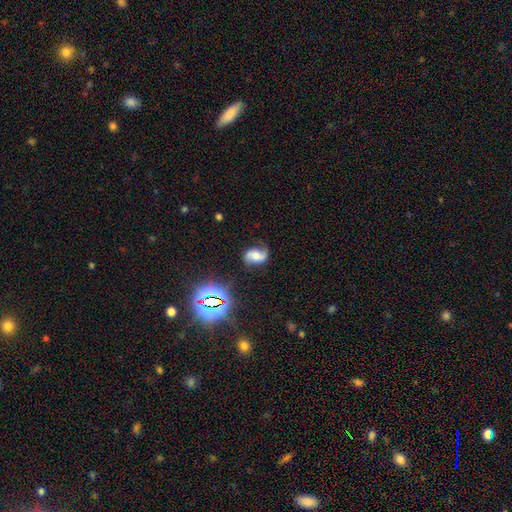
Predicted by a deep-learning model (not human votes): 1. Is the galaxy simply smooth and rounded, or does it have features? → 55% featured or disk, 30% smooth, 15% star or artifact.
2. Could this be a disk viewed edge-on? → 96% no, 4% yes.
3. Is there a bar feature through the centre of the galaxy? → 55% no, 30% weak, 15% strong.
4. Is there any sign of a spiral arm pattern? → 88% yes, 12% no.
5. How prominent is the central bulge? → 54% moderate, 24% small, 13% large, 6% none, 3% dominant.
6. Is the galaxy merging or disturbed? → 62% none, 25% minor disturbance, 11% major disturbance, 2% merger.